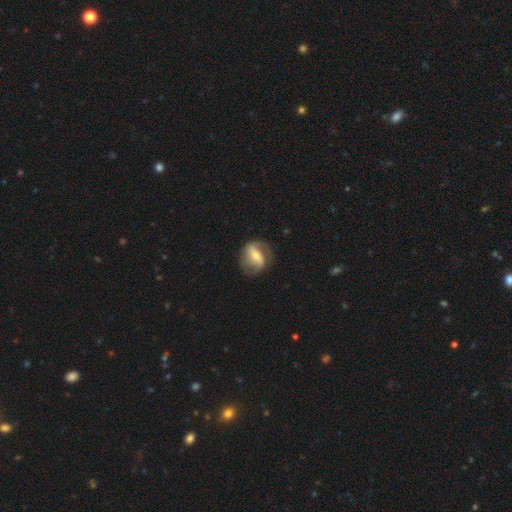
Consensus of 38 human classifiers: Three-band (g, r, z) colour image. It shows a featured or disk galaxy (82%) with a weak bar (52%), 2 (89%) medium (43%) spiral arms (90%) and a moderate central bulge (55%). Merging: none (81%).